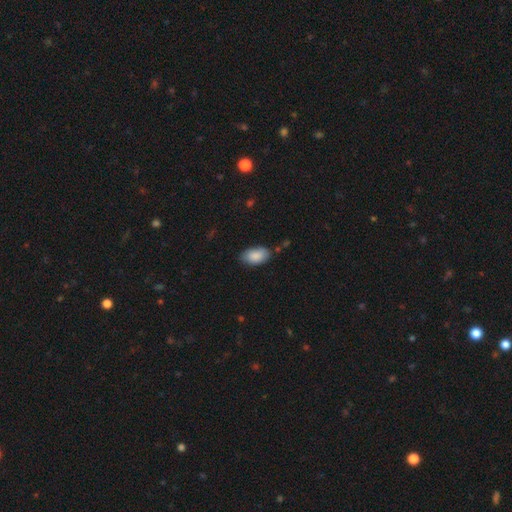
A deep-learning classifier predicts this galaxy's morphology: Overall: smooth (88%). How rounded: in between (94%). Merging: none (77%).